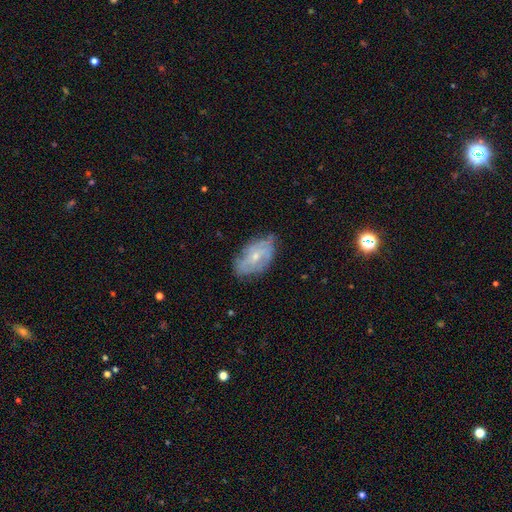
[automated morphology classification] Smooth or featured? featured or disk (56%)
Edge-on disk? no (93%)
Bar? no (69%)
Spiral arms? yes (59%)
Bulge size? small (62%)
Merging? none (64%)